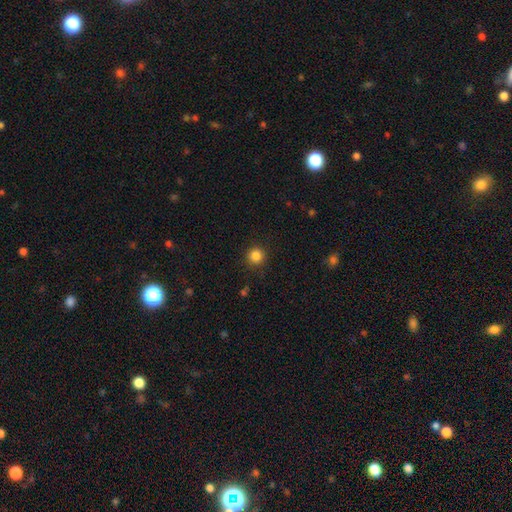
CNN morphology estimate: Overall: smooth (85%). How rounded: round (94%). Merging: none (91%).